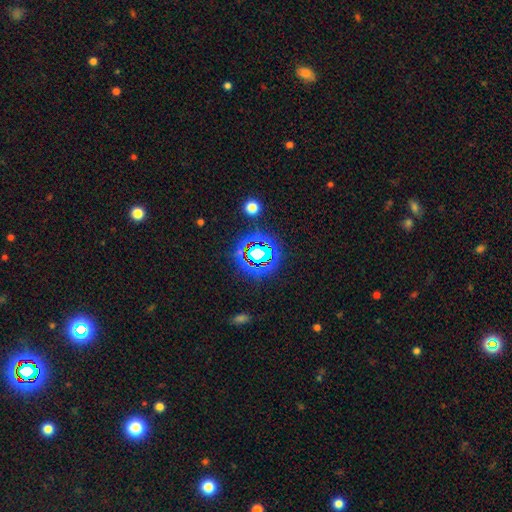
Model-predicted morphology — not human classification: Smooth or featured: star or artifact — 75% (smooth — 16%)